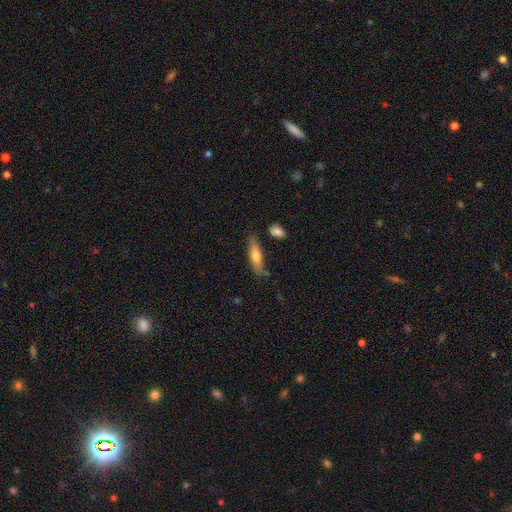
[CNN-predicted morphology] smooth 68%, featured or disk 26%, star or artifact 6%. Down the decision tree: how rounded — cigar-shaped (64%); merging — none (74%).